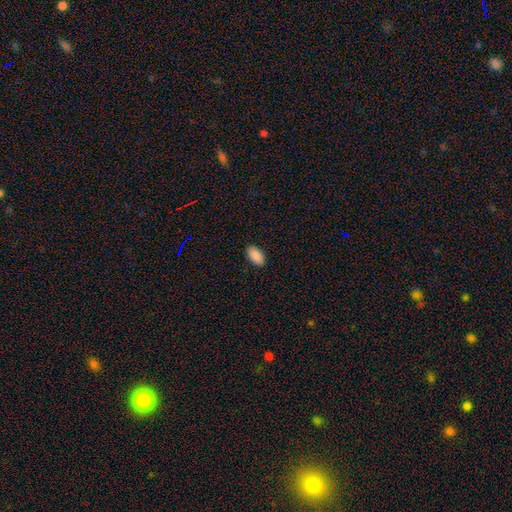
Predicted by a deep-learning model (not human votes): Smooth or featured? Predicted: smooth (p=0.90). How rounded? Predicted: in between (p=0.93). Merging? Predicted: none (p=0.89).